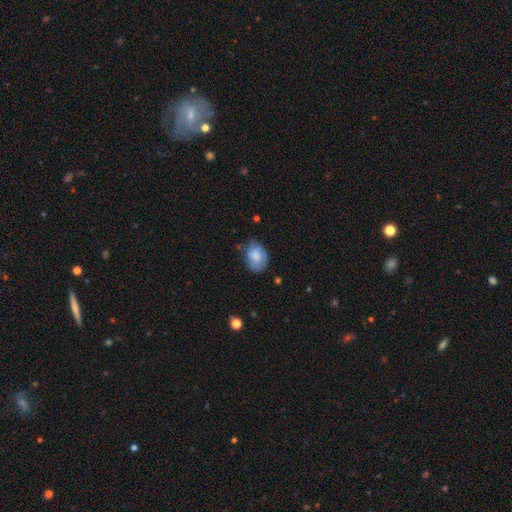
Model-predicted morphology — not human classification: smooth-or-featured: smooth: 72% | featured or disk: 20% | star or artifact: 8%
  how-rounded: in between: 72% | round: 27% | cigar-shaped: 1%
  merging: none: 57% | minor disturbance: 31% | major disturbance: 9% | merger: 2%